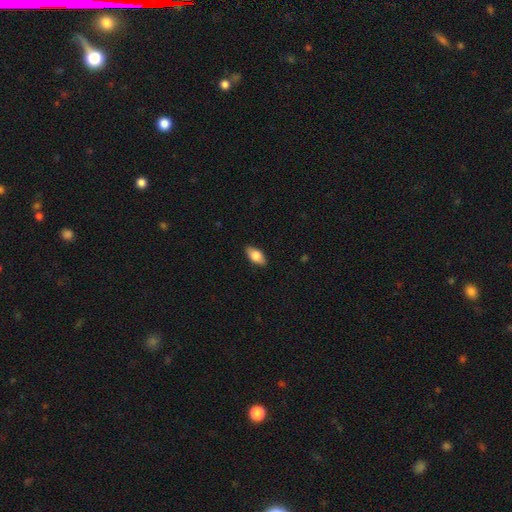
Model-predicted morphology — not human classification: Smooth or featured? smooth (77%)
How rounded? in between (89%)
Merging? none (88%)